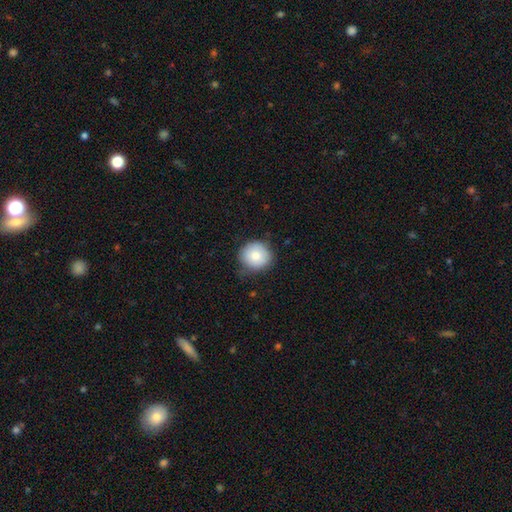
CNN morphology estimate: Smooth or featured? Predicted: smooth (p=0.81). How rounded? Predicted: round (p=0.88). Merging? Predicted: none (p=0.72).